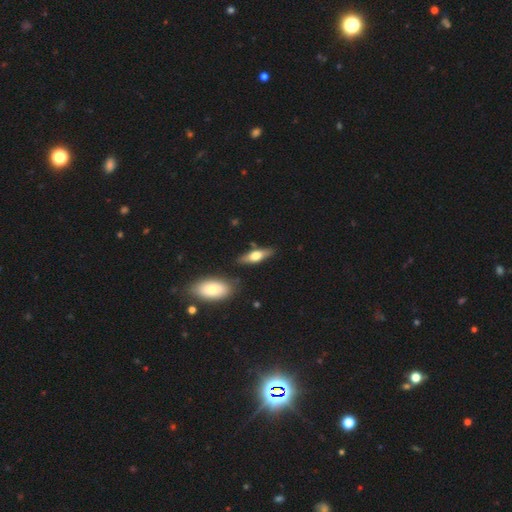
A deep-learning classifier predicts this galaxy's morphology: A smooth galaxy with no disk features (53%) that is in between round and cigar-shaped (51%). Merging: none (79%).